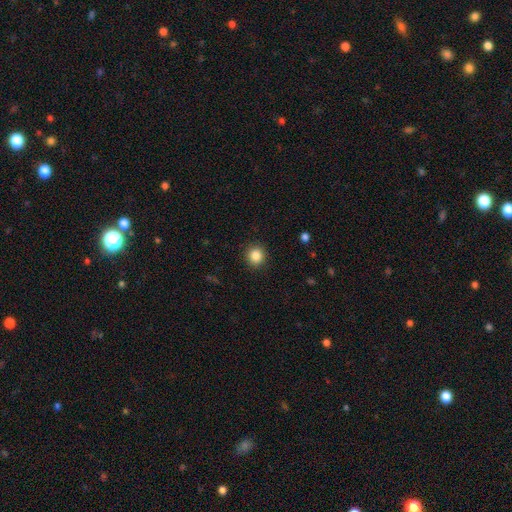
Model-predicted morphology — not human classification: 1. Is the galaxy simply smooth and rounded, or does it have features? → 86% smooth, 10% star or artifact, 4% featured or disk.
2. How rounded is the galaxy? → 88% round, 11% in between, 1% cigar-shaped.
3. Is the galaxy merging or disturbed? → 91% none, 6% minor disturbance, 2% major disturbance, 1% merger.